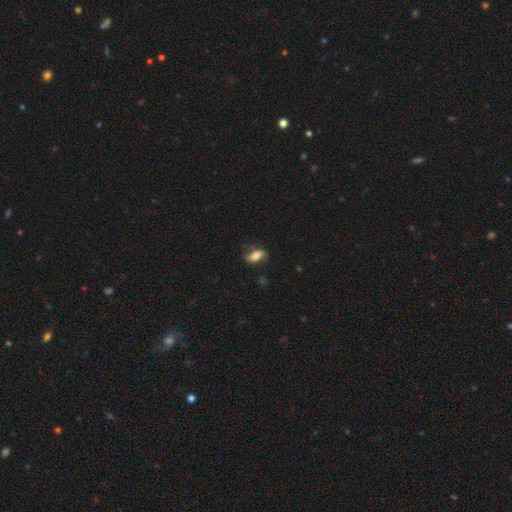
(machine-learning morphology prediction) smooth 68%, featured or disk 24%, star or artifact 8%. Down the decision tree: how rounded — in between (81%); merging — none (67%).